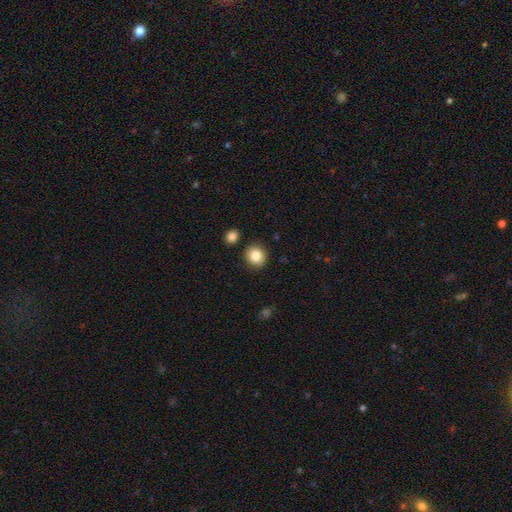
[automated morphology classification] This is clearly a smooth galaxy (84%). How rounded: clearly round (86%). Merging: clearly none (88%).